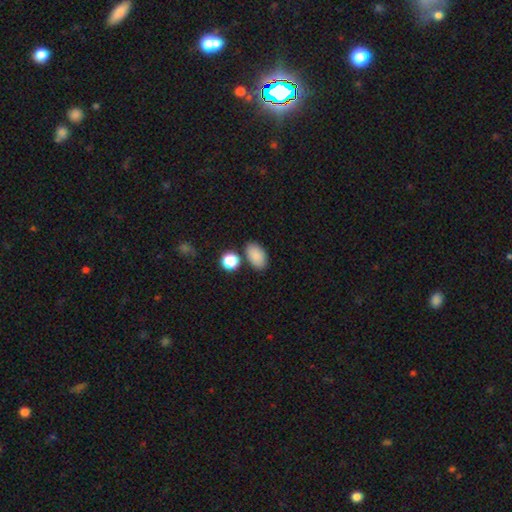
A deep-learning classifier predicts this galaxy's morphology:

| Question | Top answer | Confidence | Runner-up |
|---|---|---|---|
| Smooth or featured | smooth | 86% | star or artifact (8%) |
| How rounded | in between | 90% | round (8%) |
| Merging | none | 76% | minor disturbance (12%) |